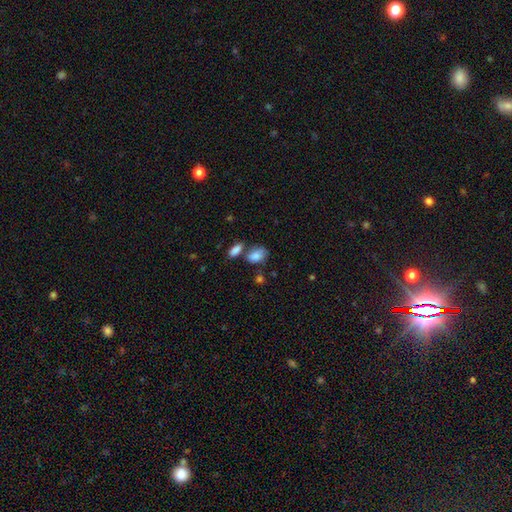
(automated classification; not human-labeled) This is clearly a smooth galaxy (81%). How rounded: clearly in between (83%). Merging: possibly none (45%).